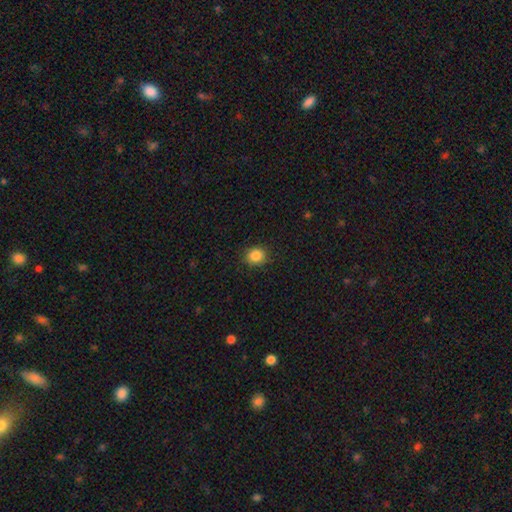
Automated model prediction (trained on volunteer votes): smooth-or-featured: smooth: 86% | star or artifact: 10% | featured or disk: 3%
  how-rounded: round: 79% | in between: 20% | cigar-shaped: 1%
  merging: none: 90% | minor disturbance: 7% | major disturbance: 2% | merger: 1%